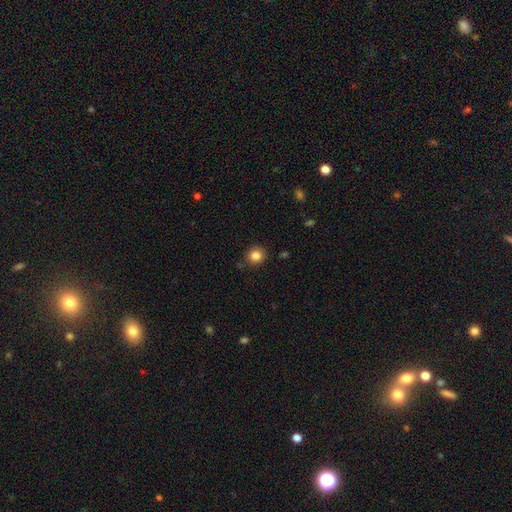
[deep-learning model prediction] smooth 84%, star or artifact 11%, featured or disk 5%. Down the decision tree: how rounded — round (89%); merging — none (87%).